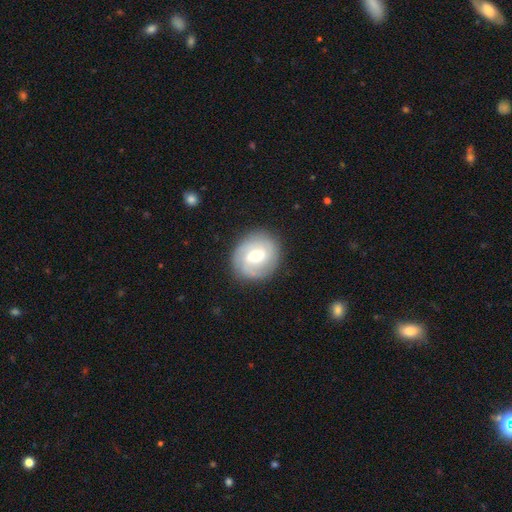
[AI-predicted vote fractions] This appears to be a featured or disk galaxy (64%) with no bar (48%), 2 (47%) tight (47%) spiral arms (88%) and a moderate central bulge (50%). Merging: none (82%).